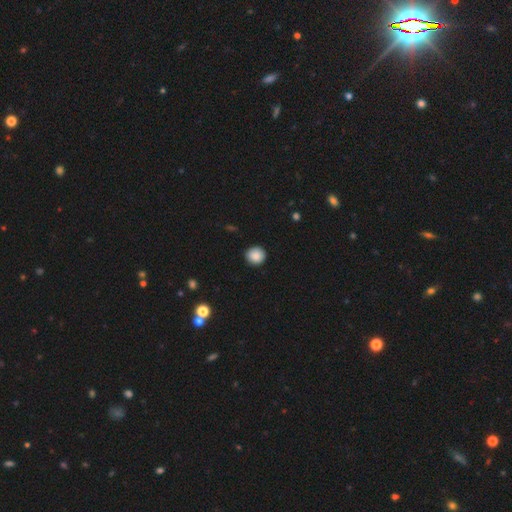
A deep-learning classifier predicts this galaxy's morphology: Q: Smooth or featured?
A: smooth (88%); runner-up: star or artifact (9%)
Q: How rounded?
A: round (90%); runner-up: in between (9%)
Q: Merging?
A: none (89%); runner-up: minor disturbance (8%)